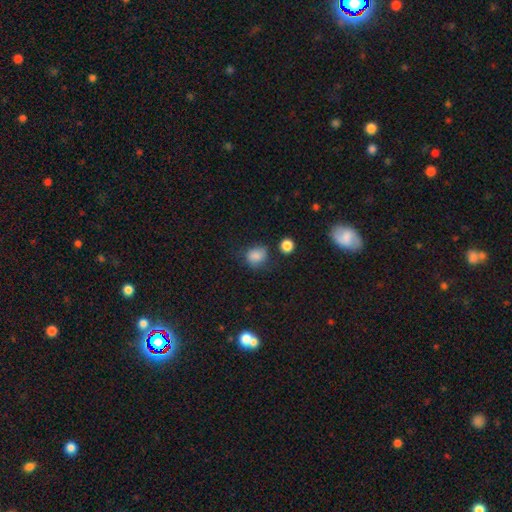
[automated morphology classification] smooth-or-featured: smooth: 83% | star or artifact: 10% | featured or disk: 7%
  how-rounded: round: 59% | in between: 40% | cigar-shaped: 1%
  merging: none: 58% | minor disturbance: 27% | major disturbance: 10% | merger: 6%